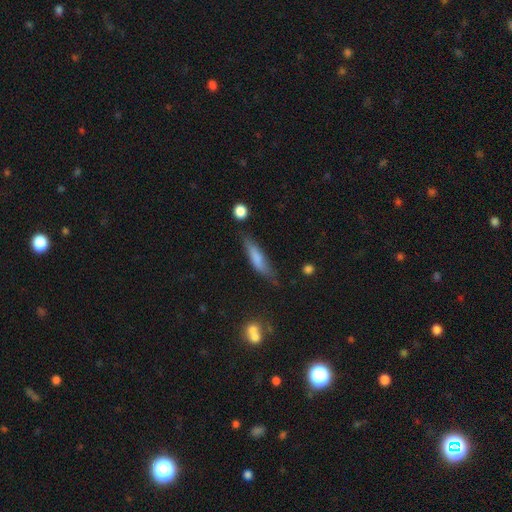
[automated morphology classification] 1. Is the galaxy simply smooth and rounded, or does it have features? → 69% smooth, 24% featured or disk, 7% star or artifact.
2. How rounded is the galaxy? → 74% cigar-shaped, 24% in between, 2% round.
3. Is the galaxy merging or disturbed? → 63% none, 26% minor disturbance, 7% major disturbance, 4% merger.